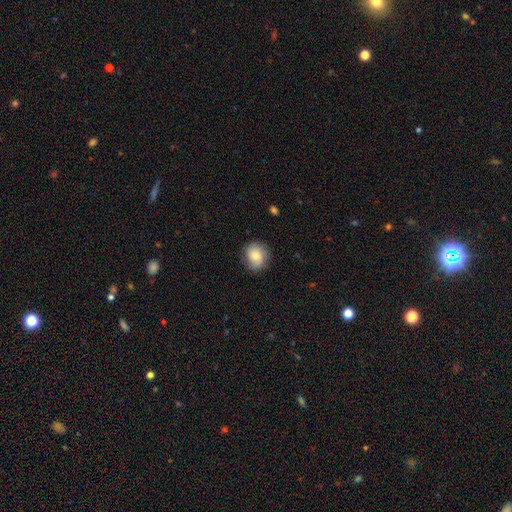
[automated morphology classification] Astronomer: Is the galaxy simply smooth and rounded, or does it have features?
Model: smooth — 71%.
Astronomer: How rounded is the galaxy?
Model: round — 77%.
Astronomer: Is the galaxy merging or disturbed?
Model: none — 78%.